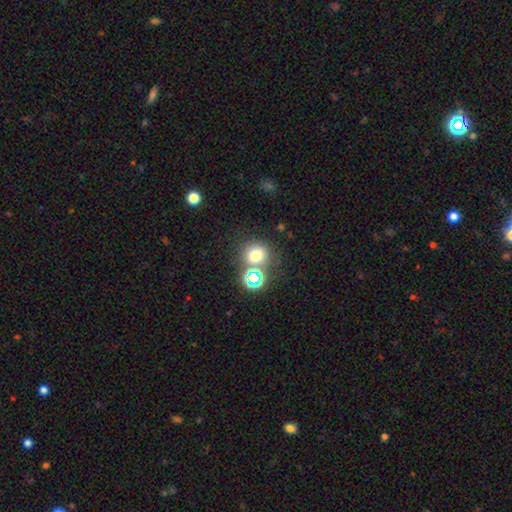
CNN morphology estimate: Smooth or featured: smooth — 68% (star or artifact — 24%)
How rounded: round — 78% (in between — 21%)
Merging: none — 65% (merger — 21%)